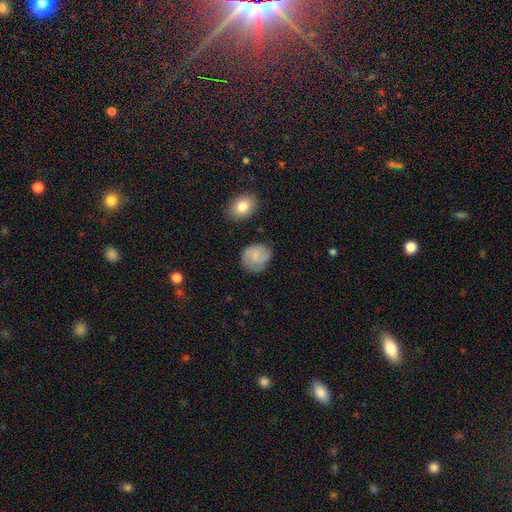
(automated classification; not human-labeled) Overall: smooth (51%; featured or disk 41%). How rounded: round (73%). Merging: none (75%).